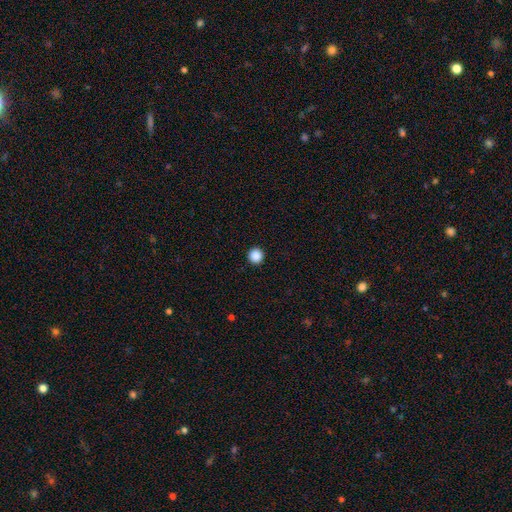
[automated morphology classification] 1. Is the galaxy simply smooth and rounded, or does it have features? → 88% smooth, 10% star or artifact, 2% featured or disk.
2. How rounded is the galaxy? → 96% round, 3% in between, 1% cigar-shaped.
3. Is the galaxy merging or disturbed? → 94% none, 4% minor disturbance, 1% major disturbance, 1% merger.